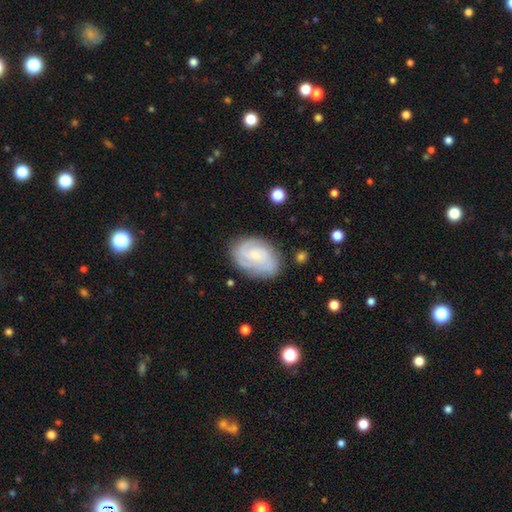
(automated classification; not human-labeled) A featured or disk galaxy (74%) with no bar (59%), 2 (40%) tight (56%) spiral arms (93%) and a small central bulge (66%).

Vote fractions:
- Smooth or featured? featured or disk: 74% / smooth: 20% / star or artifact: 6%
- Edge-on disk? no: 98% / yes: 2%
- Bar? no: 59% / weak: 35% / strong: 6%
- Spiral arms? yes: 93% / no: 7%
- Spiral winding? tight: 56% / medium: 34% / loose: 9%
- Spiral arm count? 2: 40% / can't tell: 26% / 3: 21% / 1: 5% / 4: 4% / more than 4: 3%
- Bulge size? small: 66% / moderate: 19% / none: 11% / large: 2% / dominant: 1%
- Merging? none: 74% / minor disturbance: 18% / major disturbance: 6% / merger: 2%